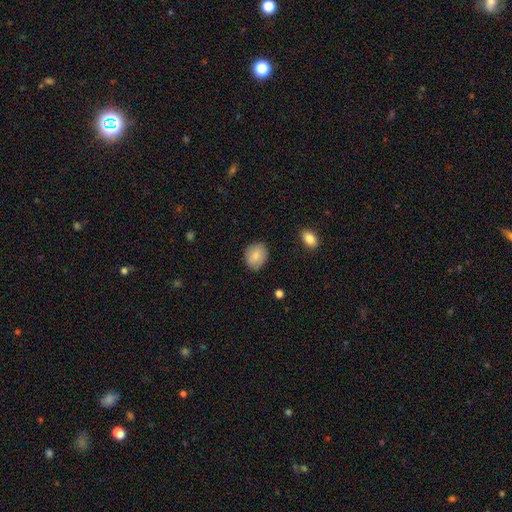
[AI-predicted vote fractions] This is clearly a smooth galaxy (81%). How rounded: possibly round (55%). Merging: clearly none (81%).